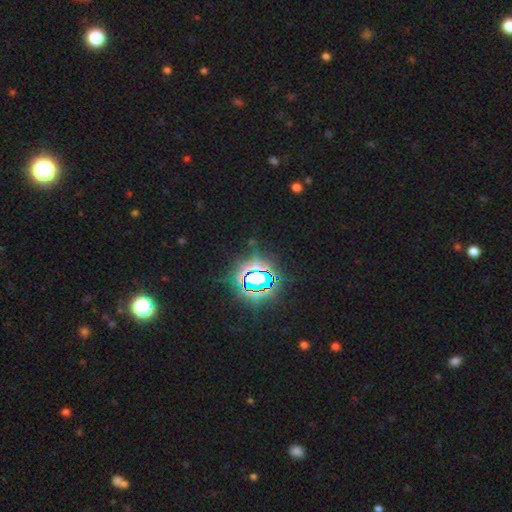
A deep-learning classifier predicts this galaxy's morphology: This is likely a star or artifact rather than a galaxy (80%).